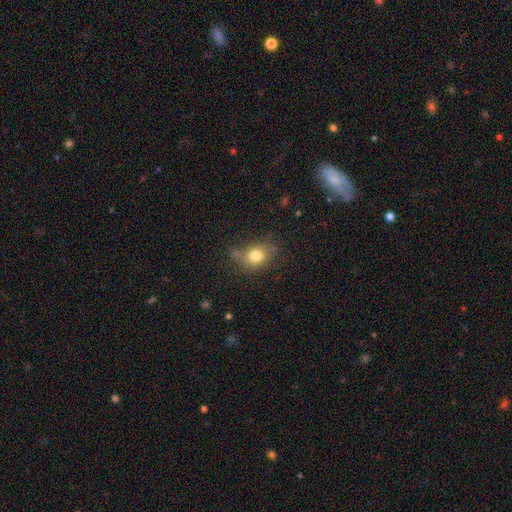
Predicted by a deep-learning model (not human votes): Smooth or featured: smooth — 78% (star or artifact — 12%)
How rounded: round — 54% (in between — 45%)
Merging: none — 61% (minor disturbance — 23%)